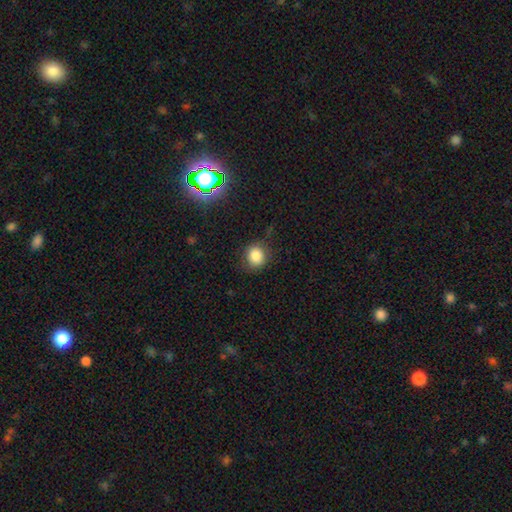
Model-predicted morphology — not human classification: Overall: smooth (83%). How rounded: round (81%). Merging: none (80%).